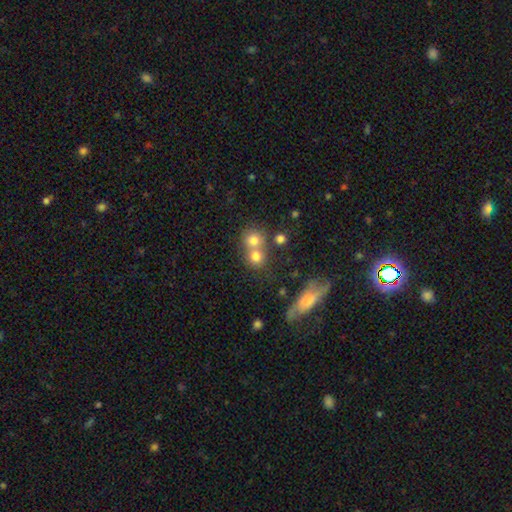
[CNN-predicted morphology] type=smooth (74%); roundness=round (83%); merging=merger (46%).